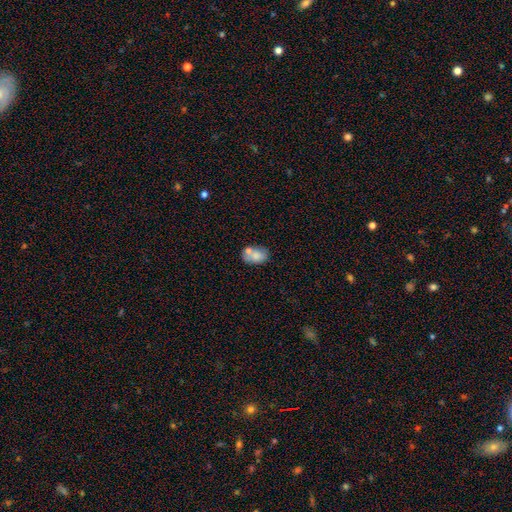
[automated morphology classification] This appears to be a smooth galaxy with no disk features (75%) that is in between round and cigar-shaped (80%). Merging: none (51%).